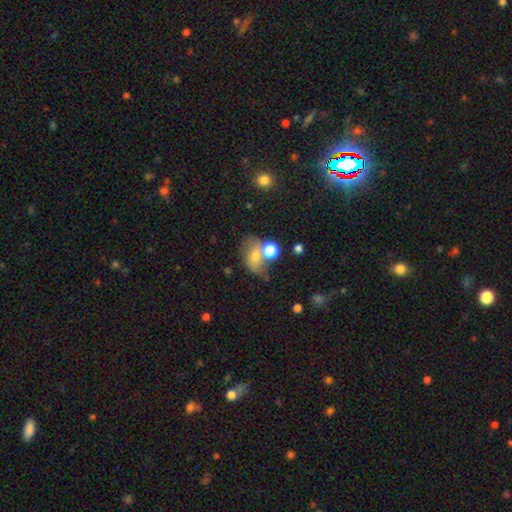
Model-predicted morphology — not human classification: Smooth or featured?
  - smooth: 61% *
  - featured or disk: 26%
  - star or artifact: 13%
How rounded?
  - in between: 68% *
  - round: 30%
  - cigar-shaped: 2%
Merging?
  - merger: 36% *
  - none: 34%
  - minor disturbance: 18%
  - major disturbance: 12%